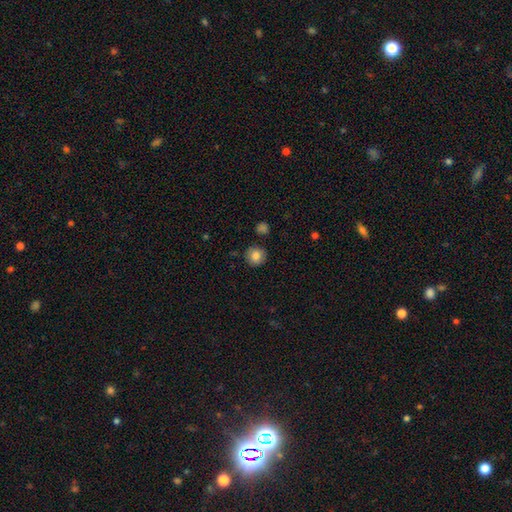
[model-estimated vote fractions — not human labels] Q: Smooth or featured?
A: smooth (84%); runner-up: star or artifact (9%)
Q: How rounded?
A: round (91%); runner-up: in between (8%)
Q: Merging?
A: none (87%); runner-up: minor disturbance (8%)